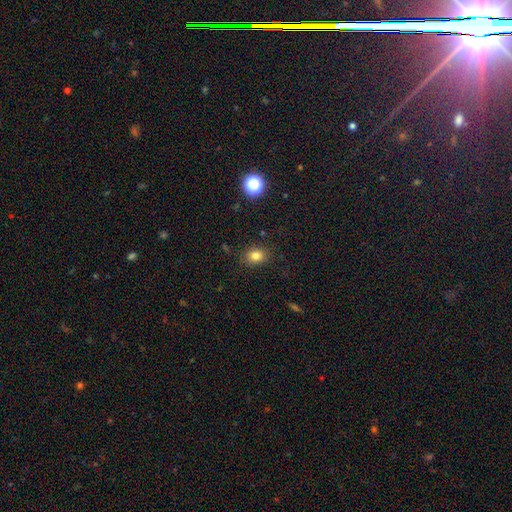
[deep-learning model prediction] Overall: smooth (81%). How rounded: in between (55%; round 44%). Merging: none (85%).